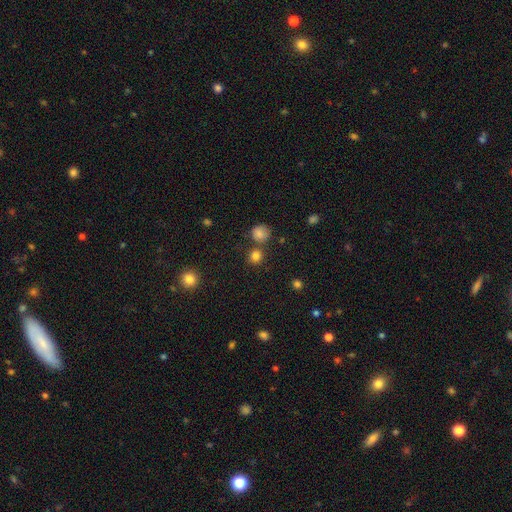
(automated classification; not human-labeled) A smooth galaxy with no disk features (81%) that is round (87%).

Vote fractions:
- Smooth or featured? smooth: 81% / star or artifact: 14% / featured or disk: 5%
- How rounded? round: 87% / in between: 12% / cigar-shaped: 1%
- Merging? none: 72% / merger: 16% / minor disturbance: 8% / major disturbance: 3%